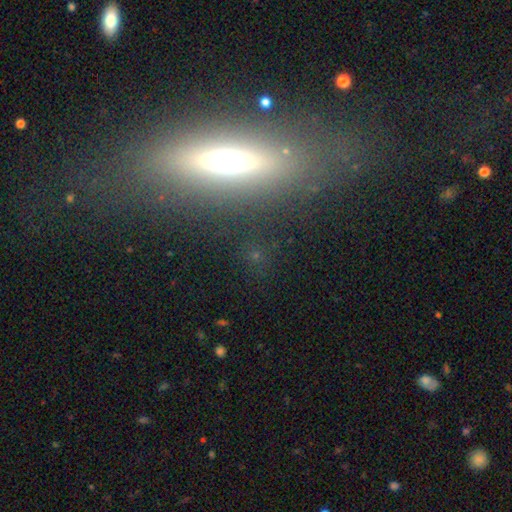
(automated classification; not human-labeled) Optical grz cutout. It shows a featured or disk galaxy (36%, tied with smooth). Merging: none (78%).